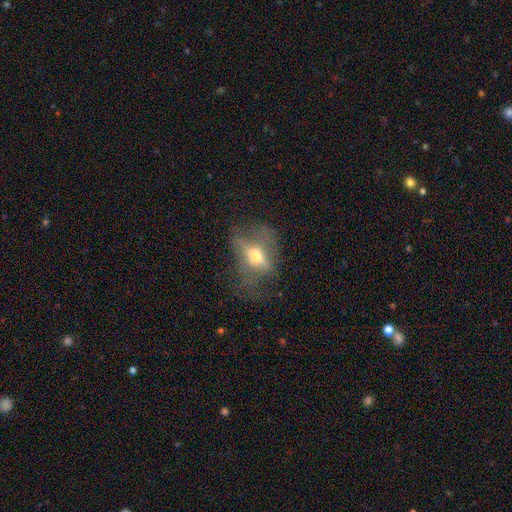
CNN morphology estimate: Overall: featured or disk (52%; smooth 35%). Edge-on disk: no (64%; yes 36%). Merging: none (45%; major disturbance 31%).